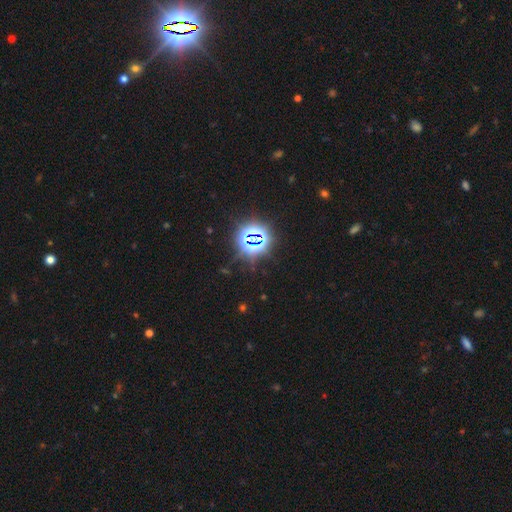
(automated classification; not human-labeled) Overall: star or artifact (84%).